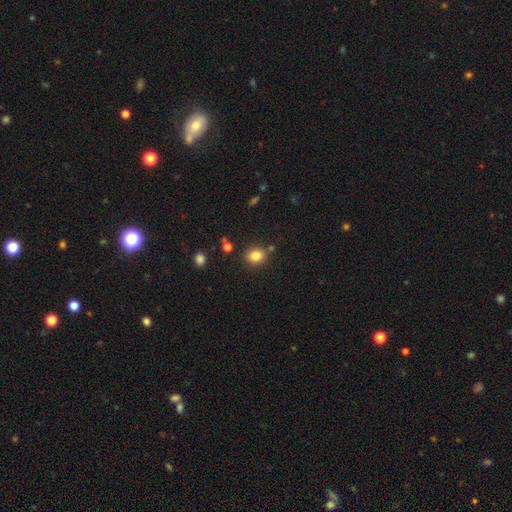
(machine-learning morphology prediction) Smooth or featured?
  - smooth: 82% *
  - star or artifact: 11%
  - featured or disk: 7%
How rounded?
  - round: 57% *
  - in between: 42%
  - cigar-shaped: 1%
Merging?
  - none: 80% *
  - minor disturbance: 11%
  - merger: 6%
  - major disturbance: 3%